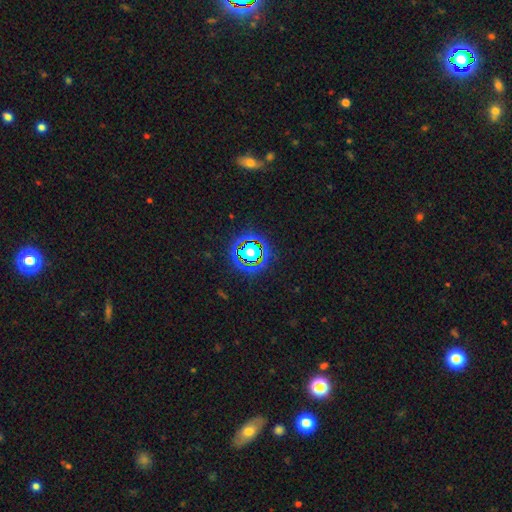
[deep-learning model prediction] The model was most divided on "smooth or featured": star or artifact: 76%, smooth: 15%, featured or disk: 9%.